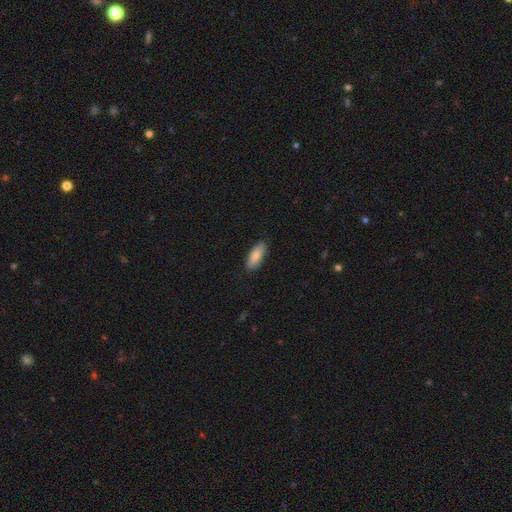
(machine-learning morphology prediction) smooth_or_featured: smooth (p=0.83) [alt: featured or disk p=0.11]
how_rounded: in between (p=0.74) [alt: cigar-shaped p=0.24]
merging: none (p=0.86) [alt: minor disturbance p=0.11]